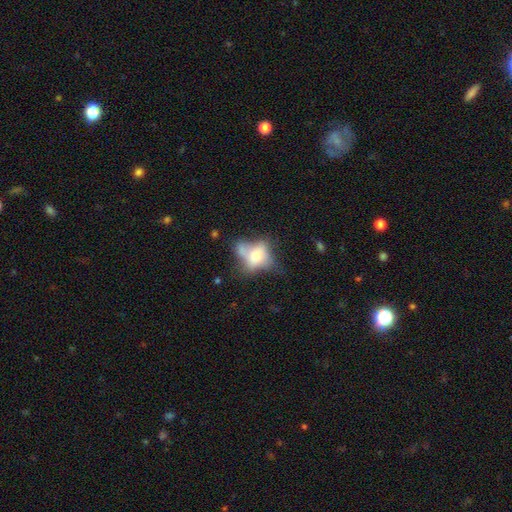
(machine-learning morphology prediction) type=smooth (58%); roundness=in between (70%); merging=none (28%, tied with merger).